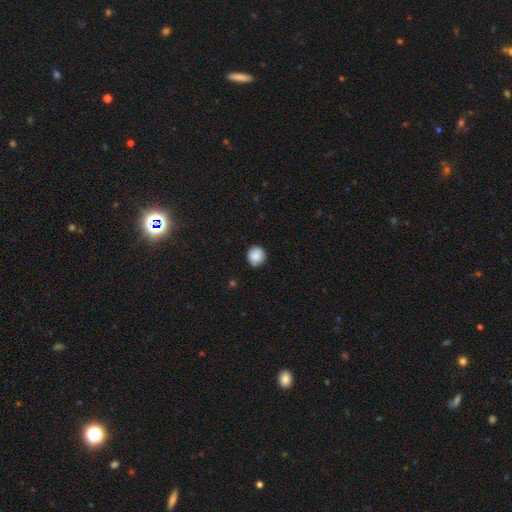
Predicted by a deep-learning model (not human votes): Smooth or featured? smooth (88%)
How rounded? round (89%)
Merging? none (83%)